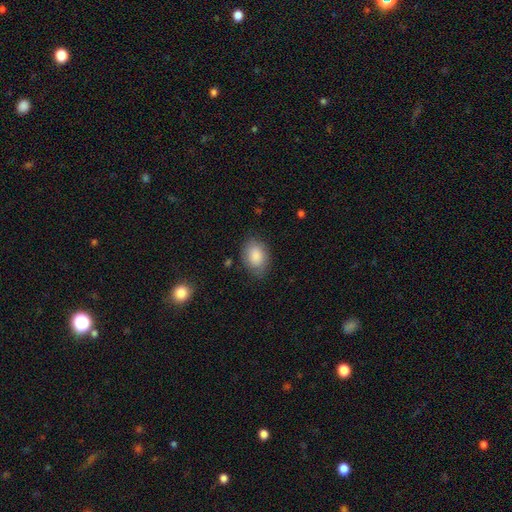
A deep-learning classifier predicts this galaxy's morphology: Smooth or featured?
  - smooth: 87% *
  - featured or disk: 7%
  - star or artifact: 6%
How rounded?
  - in between: 79% *
  - round: 20%
  - cigar-shaped: 1%
Merging?
  - none: 77% *
  - minor disturbance: 17%
  - major disturbance: 4%
  - merger: 2%